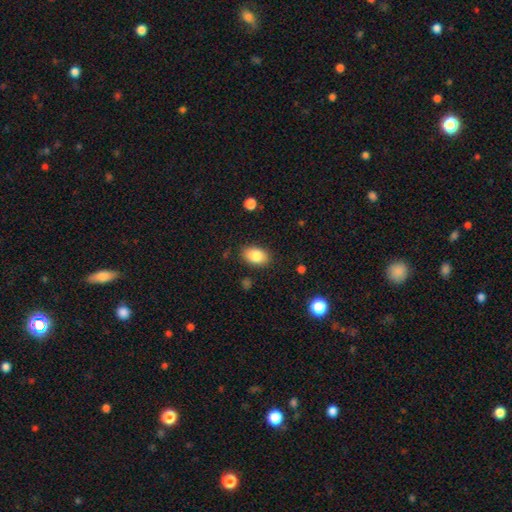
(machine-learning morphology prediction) Smooth or featured?
  - smooth: 85% *
  - star or artifact: 8%
  - featured or disk: 8%
How rounded?
  - in between: 87% *
  - round: 11%
  - cigar-shaped: 1%
Merging?
  - none: 85% *
  - minor disturbance: 11%
  - major disturbance: 3%
  - merger: 1%